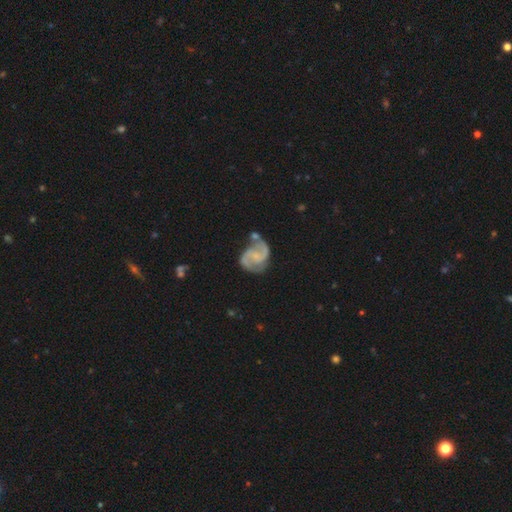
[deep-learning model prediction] A featured or disk galaxy (88%) with no bar (46%), 2 (92%) medium (55%) spiral arms (97%) and a small central bulge (46%). Merging: none (56%).